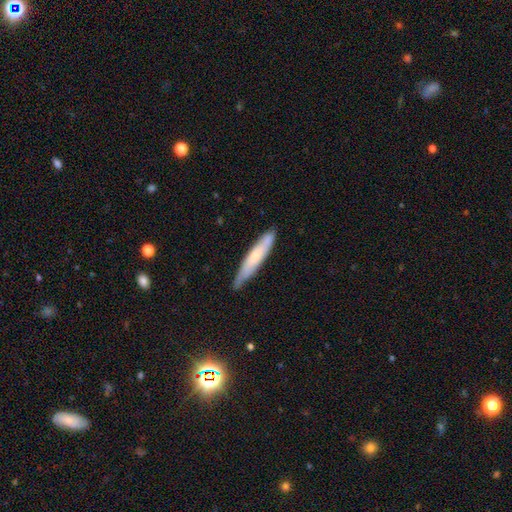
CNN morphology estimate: Q: Smooth or featured?
A: smooth (55%); runner-up: featured or disk (40%)
Q: How rounded?
A: cigar-shaped (88%); runner-up: in between (11%)
Q: Merging?
A: none (73%); runner-up: minor disturbance (22%)